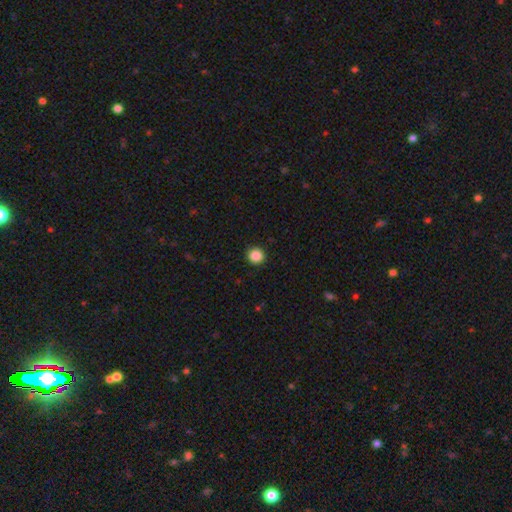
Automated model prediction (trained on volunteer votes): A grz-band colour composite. It shows a smooth galaxy with no disk features (87%) that is round (94%). Merging: none (92%).